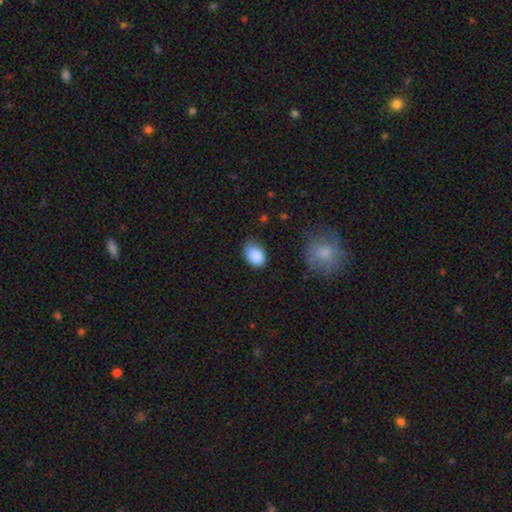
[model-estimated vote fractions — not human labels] A smooth galaxy with no disk features (88%) that is in between round and cigar-shaped (82%). Merging: none (72%).